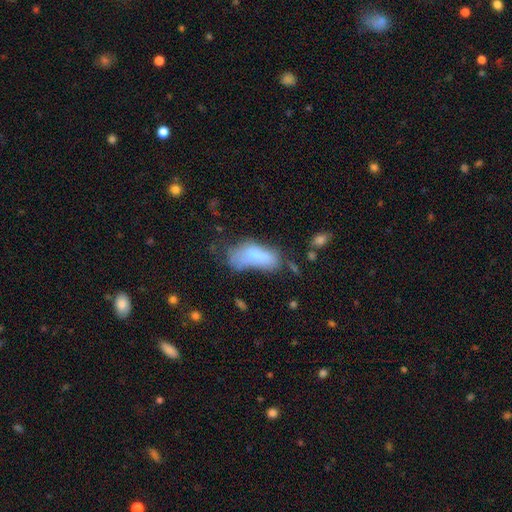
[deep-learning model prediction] This appears to be a smooth galaxy with no disk features (64%) that is in between round and cigar-shaped (87%). Merging: major disturbance (29%).